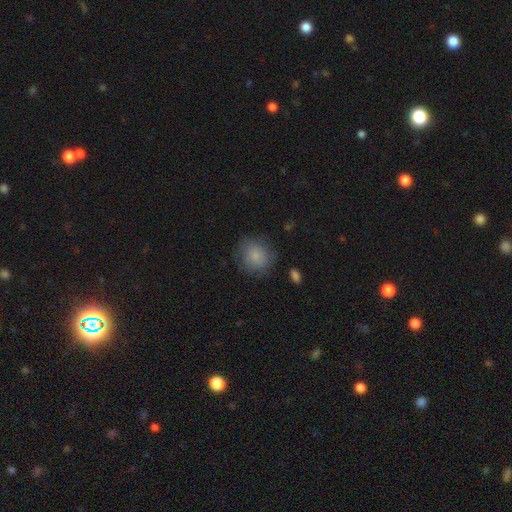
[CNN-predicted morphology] smooth 84%, featured or disk 9%, star or artifact 8%. Down the decision tree: how rounded — round (87%); merging — none (78%).